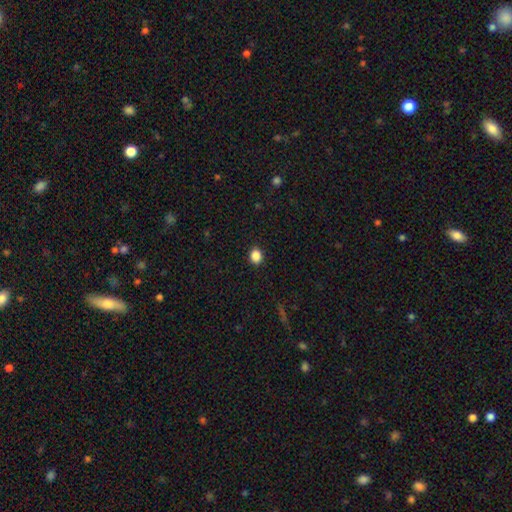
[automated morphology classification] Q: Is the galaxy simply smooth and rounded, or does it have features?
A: smooth — 86%.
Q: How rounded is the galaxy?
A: round — 71%.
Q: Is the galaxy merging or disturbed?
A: none — 91%.